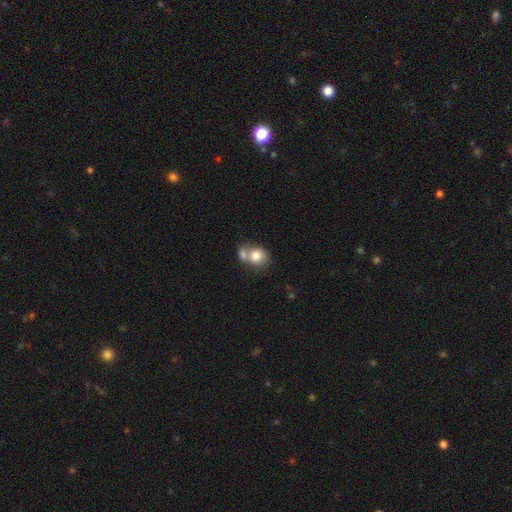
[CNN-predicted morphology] A smooth galaxy with no disk features (77%) that is round (65%).

Vote fractions:
- Smooth or featured? smooth: 77% / featured or disk: 14% / star or artifact: 8%
- How rounded? round: 65% / in between: 34% / cigar-shaped: 1%
- Merging? merger: 55% / none: 30% / minor disturbance: 10% / major disturbance: 5%